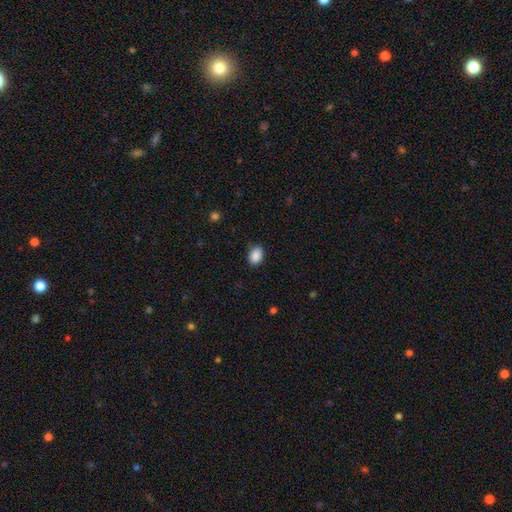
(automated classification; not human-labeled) A smooth galaxy with no disk features (89%) that is in between round and cigar-shaped (76%).

Vote fractions:
- Smooth or featured? smooth: 89% / star or artifact: 8% / featured or disk: 3%
- How rounded? in between: 76% / round: 23% / cigar-shaped: 1%
- Merging? none: 82% / minor disturbance: 14% / major disturbance: 3% / merger: 1%